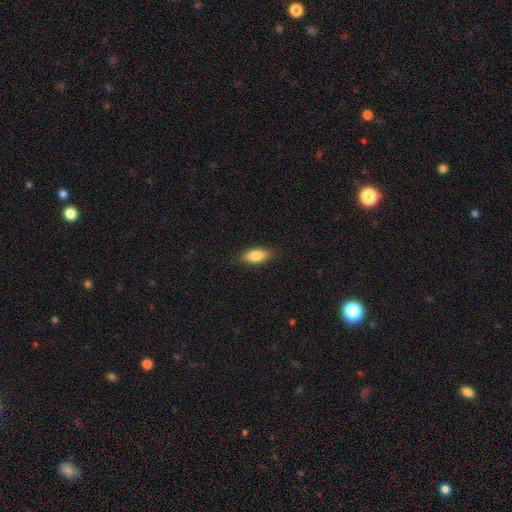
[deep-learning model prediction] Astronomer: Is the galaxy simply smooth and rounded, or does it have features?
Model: smooth — 86%.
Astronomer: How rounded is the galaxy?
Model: in between — 89%.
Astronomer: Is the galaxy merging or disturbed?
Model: none — 87%.